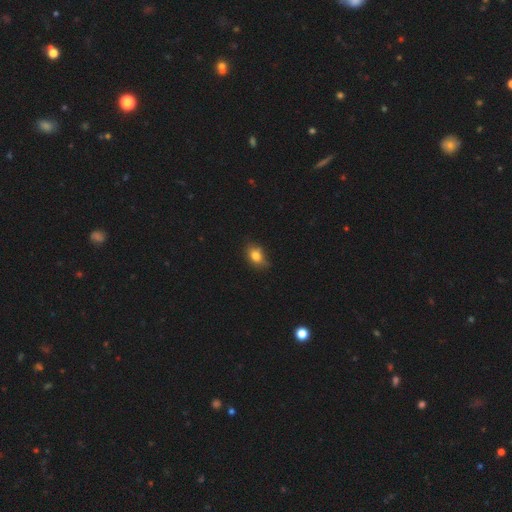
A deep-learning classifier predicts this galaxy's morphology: The model was most divided on "merging": none: 63%, minor disturbance: 29%, major disturbance: 6%, merger: 2%. More confident: smooth or featured — smooth (79%); how rounded — in between (70%).